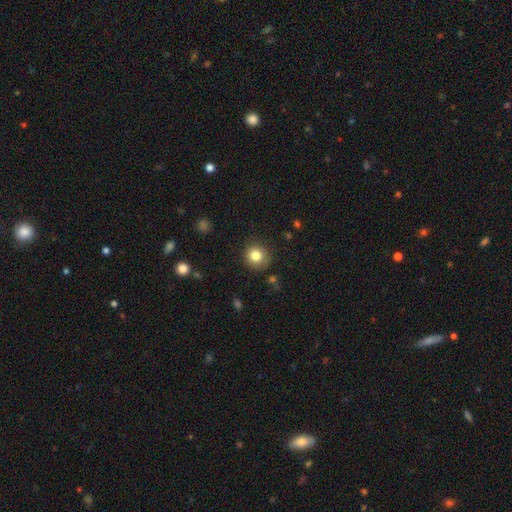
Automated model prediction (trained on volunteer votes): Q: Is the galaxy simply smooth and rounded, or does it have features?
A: smooth — 81%.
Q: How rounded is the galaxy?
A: round — 90%.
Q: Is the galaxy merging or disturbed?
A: none — 86%.